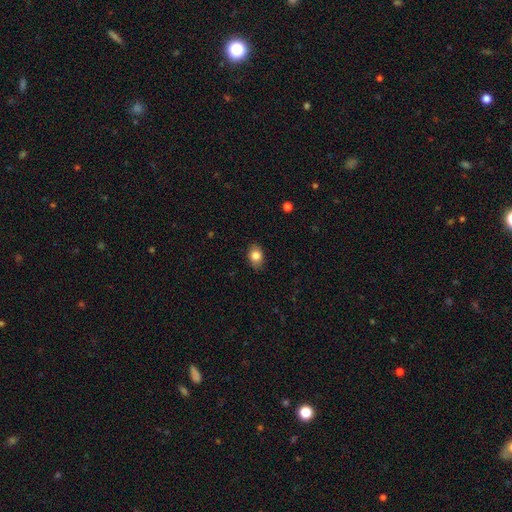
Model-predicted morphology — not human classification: Smooth or featured? smooth (82%)
How rounded? in between (76%)
Merging? none (85%)